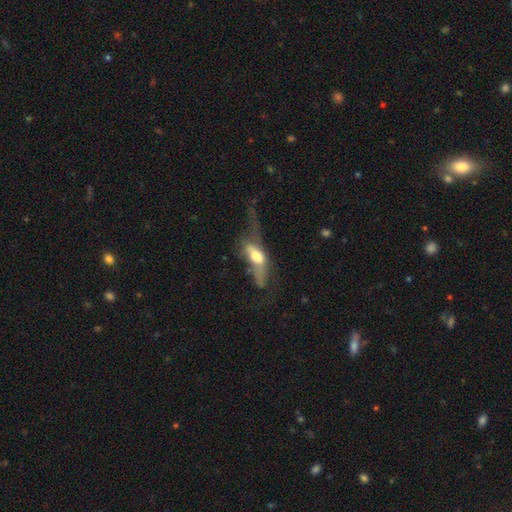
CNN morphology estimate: smooth_or_featured: smooth (p=0.46) [tied with: featured or disk p=0.46]
merging: major disturbance (p=0.55) [alt: none p=0.20]